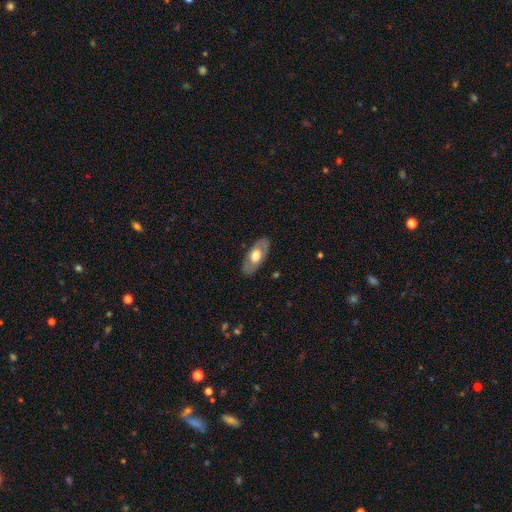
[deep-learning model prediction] A smooth galaxy with no disk features (51%) that is in between round and cigar-shaped (89%). Merging: none (84%).